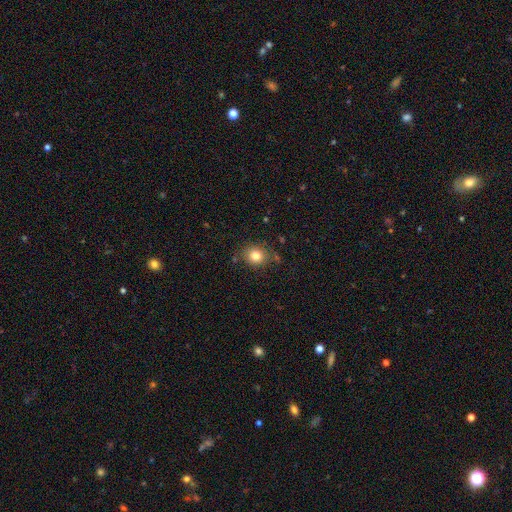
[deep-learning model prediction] Smooth or featured: smooth — 82% (star or artifact — 11%)
How rounded: round — 76% (in between — 23%)
Merging: none — 78% (minor disturbance — 14%)